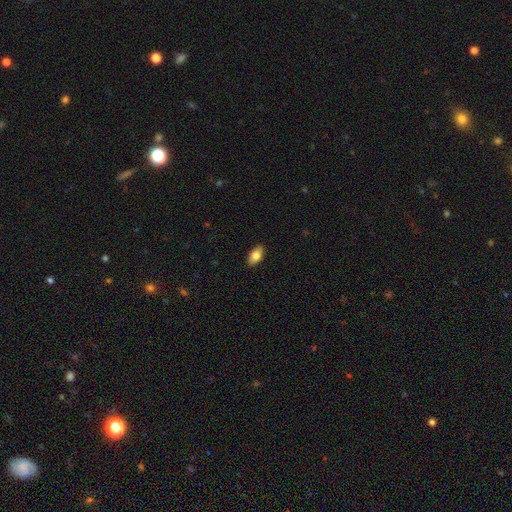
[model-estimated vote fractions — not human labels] smooth_or_featured: smooth (p=0.81) [alt: featured or disk p=0.12]
how_rounded: in between (p=0.91) [alt: cigar-shaped p=0.05]
merging: none (p=0.89) [alt: minor disturbance p=0.08]